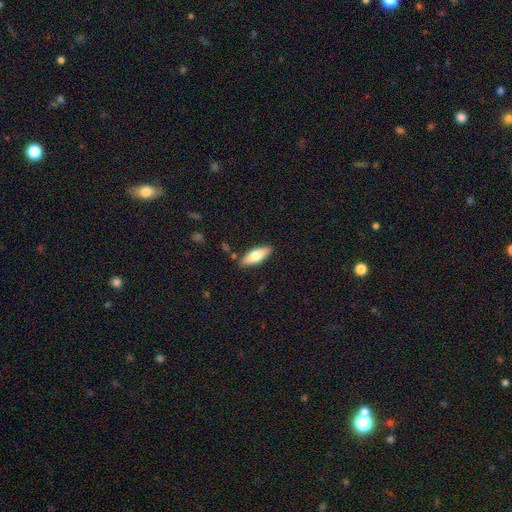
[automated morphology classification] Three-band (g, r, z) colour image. It shows a smooth galaxy with no disk features (67%) that is in between round and cigar-shaped (65%). Merging: none (85%).